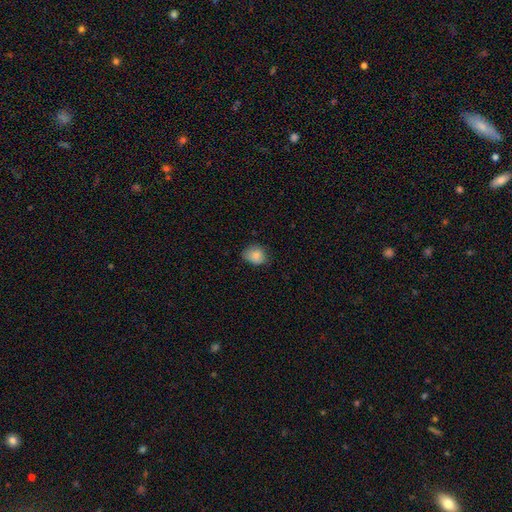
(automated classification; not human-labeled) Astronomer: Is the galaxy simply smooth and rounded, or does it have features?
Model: smooth — 84%.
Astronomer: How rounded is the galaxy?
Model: round — 51% (runner-up: in between, 48%).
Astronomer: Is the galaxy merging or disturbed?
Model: none — 66%.